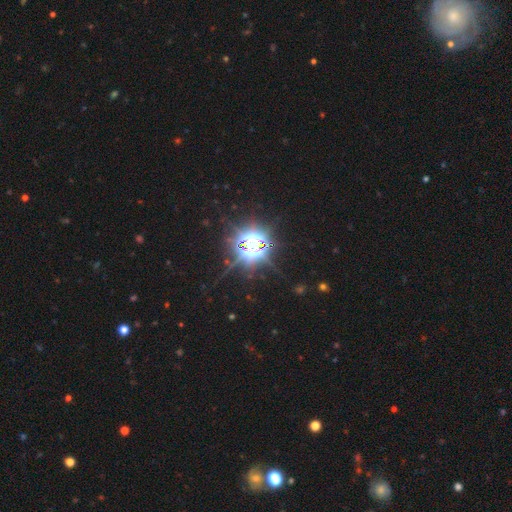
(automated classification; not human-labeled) This appears to be a star or artifact, not a galaxy (82%).